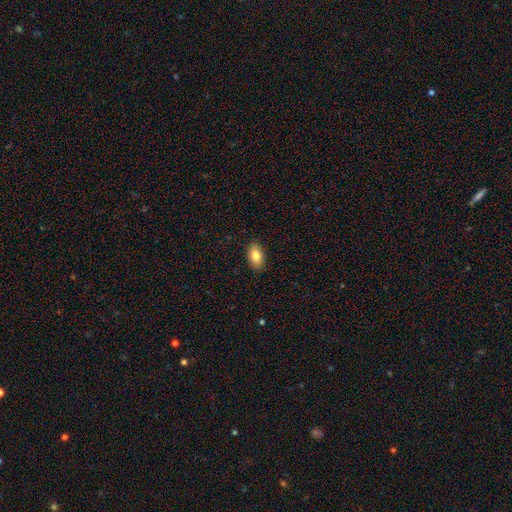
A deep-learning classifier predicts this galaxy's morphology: Smooth or featured? smooth (82%)
How rounded? in between (92%)
Merging? none (89%)